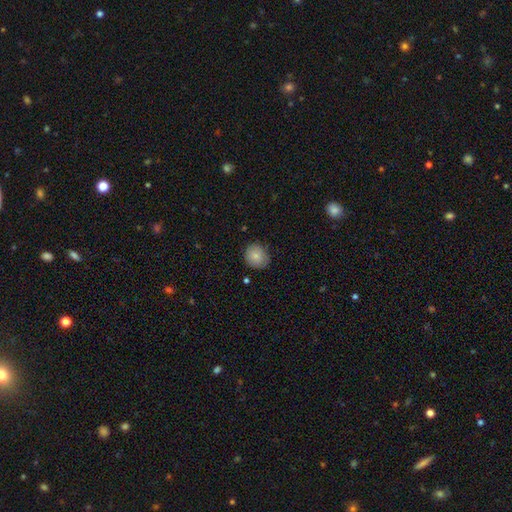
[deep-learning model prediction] The model was most divided on "how rounded": round: 75%, in between: 24%, cigar-shaped: 1%. More confident: smooth or featured — smooth (82%); merging — none (79%).